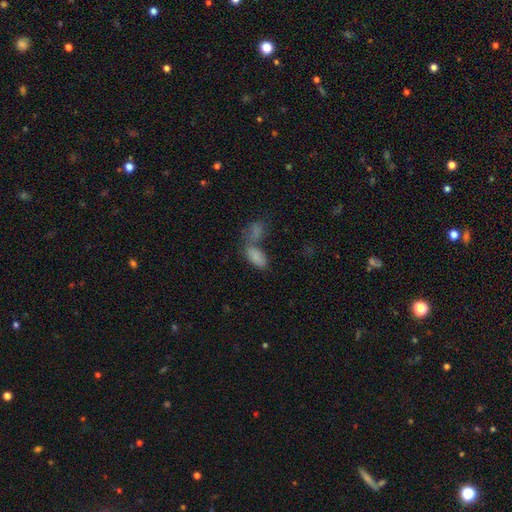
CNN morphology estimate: type=smooth (82%); roundness=in between (91%); merging=merger (53%).